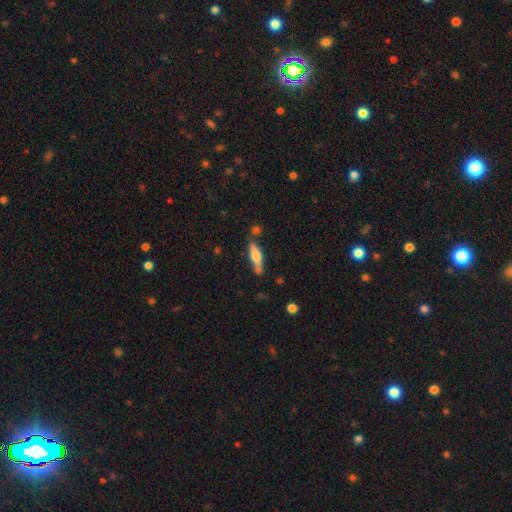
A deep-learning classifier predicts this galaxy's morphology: Smooth or featured: smooth — 52% (featured or disk — 42%)
How rounded: cigar-shaped — 64% (in between — 33%)
Merging: none — 68% (minor disturbance — 18%)